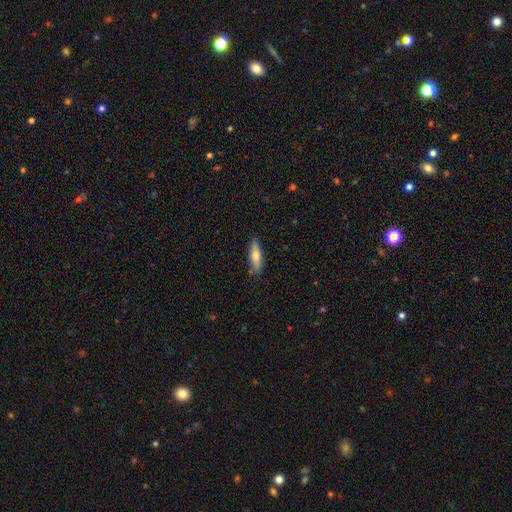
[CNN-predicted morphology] This is likely a smooth galaxy (64%). How rounded: likely cigar-shaped (61%). Merging: clearly none (85%).